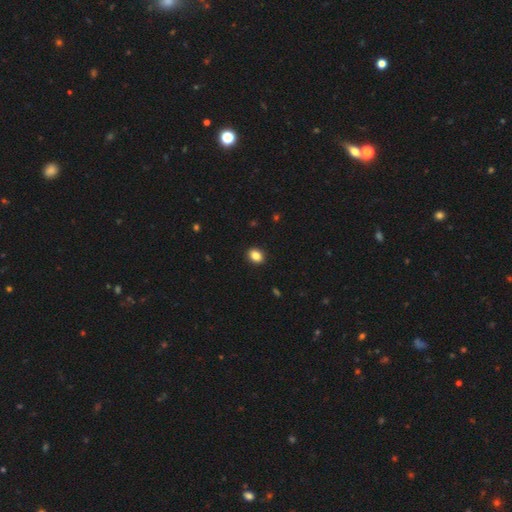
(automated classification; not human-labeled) Smooth or featured? smooth (86%)
How rounded? in between (51%)
Merging? none (92%)